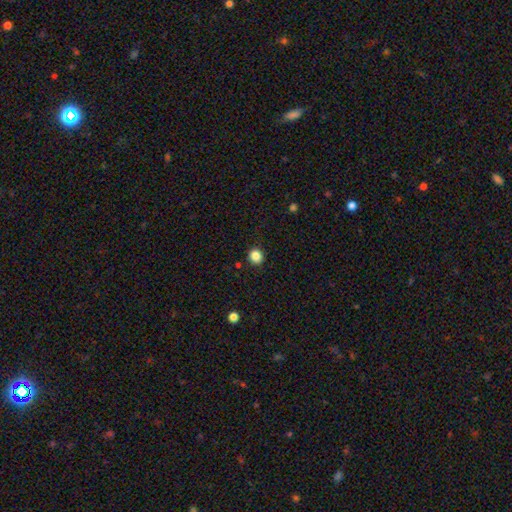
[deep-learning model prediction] A smooth galaxy with no disk features (86%) that is round (84%).

Vote fractions:
- Smooth or featured? smooth: 86% / star or artifact: 11% / featured or disk: 4%
- How rounded? round: 84% / in between: 15% / cigar-shaped: 1%
- Merging? none: 89% / minor disturbance: 8% / major disturbance: 2% / merger: 1%